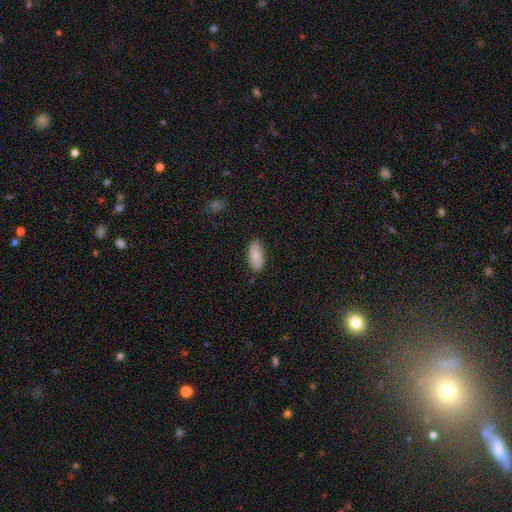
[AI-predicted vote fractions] A smooth galaxy with no disk features (83%) that is in between round and cigar-shaped (90%). Merging: none (85%).